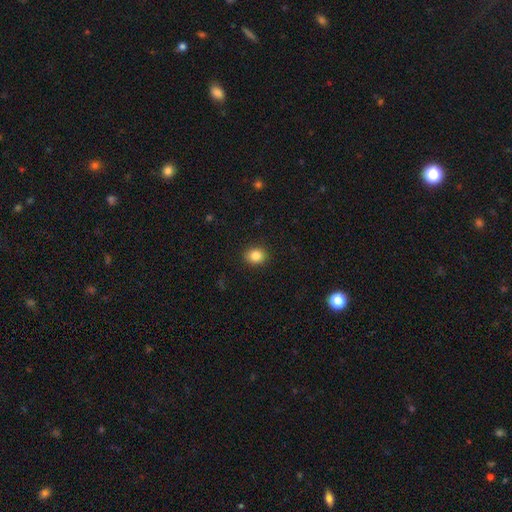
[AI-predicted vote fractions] smooth-or-featured: smooth: 85% | star or artifact: 10% | featured or disk: 5%
  how-rounded: round: 68% | in between: 31% | cigar-shaped: 1%
  merging: none: 91% | minor disturbance: 6% | major disturbance: 2% | merger: 1%